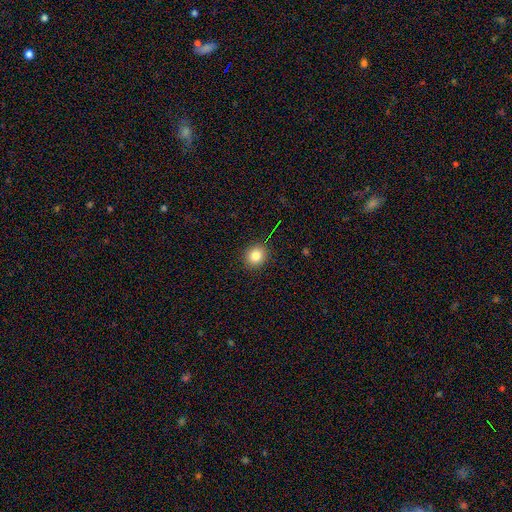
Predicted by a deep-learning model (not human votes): smooth_or_featured: smooth (p=0.83) [alt: star or artifact p=0.11]
how_rounded: round (p=0.81) [alt: in between p=0.18]
merging: none (p=0.91) [alt: minor disturbance p=0.06]